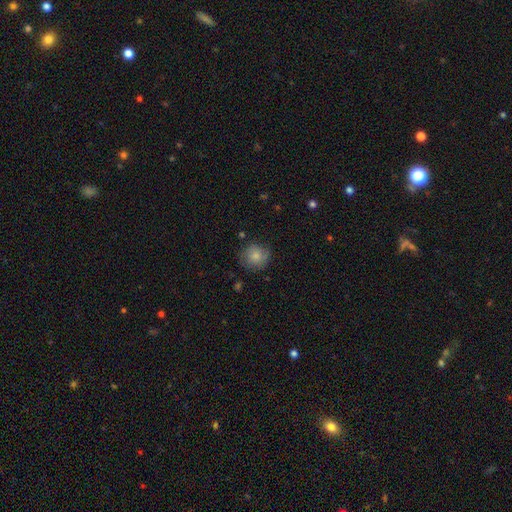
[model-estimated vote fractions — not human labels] This is likely a smooth galaxy (77%). How rounded: clearly round (88%). Merging: likely none (73%).